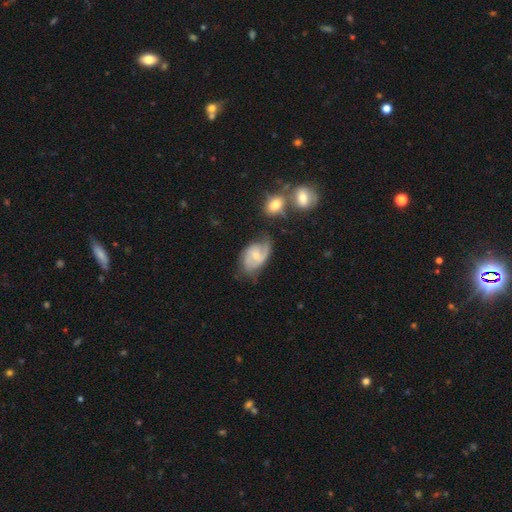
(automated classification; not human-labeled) Morphology: type=featured or disk (68%); edge-on=no (96%); bar=no (50%); spiral arms=yes (88%); winding=medium (45%); arm count=2 (70%); bulge=small (53%); merging=none (49%).